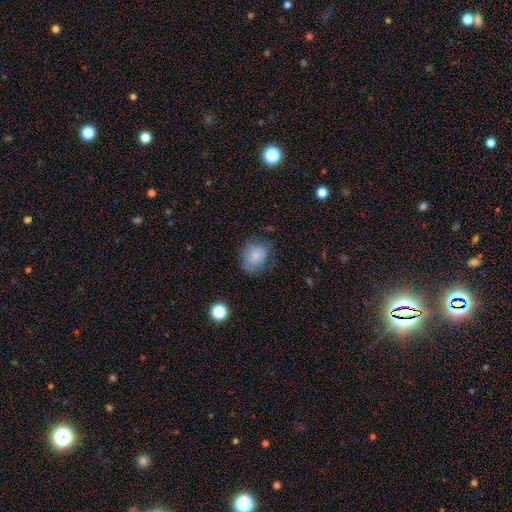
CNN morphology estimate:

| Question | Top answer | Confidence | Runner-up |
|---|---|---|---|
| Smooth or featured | smooth | 78% | featured or disk (13%) |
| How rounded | round | 52% | in between (47%) |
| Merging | none | 62% | minor disturbance (26%) |